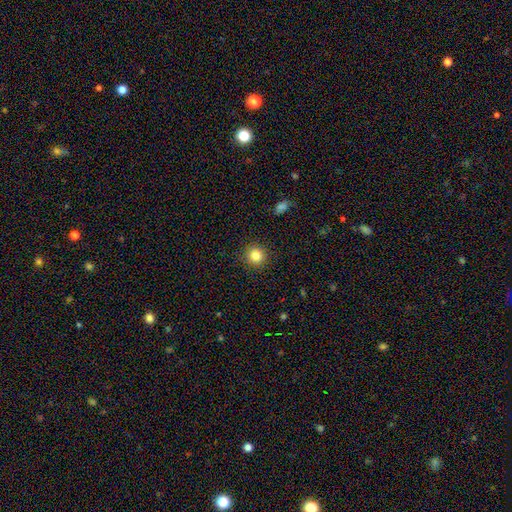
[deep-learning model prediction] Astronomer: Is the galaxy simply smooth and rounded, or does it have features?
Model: smooth — 84%.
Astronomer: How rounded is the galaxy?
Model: round — 93%.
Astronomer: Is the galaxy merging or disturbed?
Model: none — 91%.